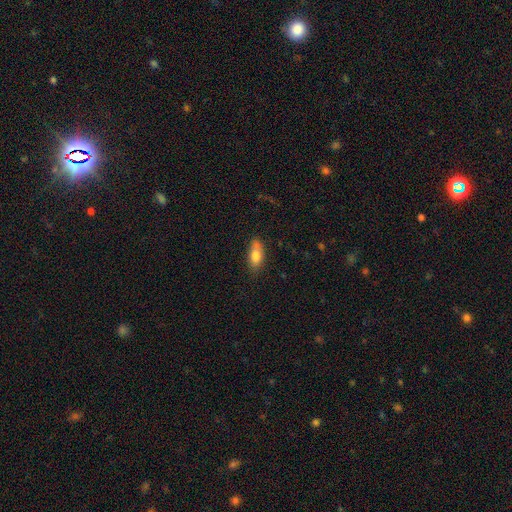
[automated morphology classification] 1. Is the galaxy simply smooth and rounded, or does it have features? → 79% smooth, 14% featured or disk, 7% star or artifact.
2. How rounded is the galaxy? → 79% in between, 18% cigar-shaped, 3% round.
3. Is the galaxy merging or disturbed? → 71% none, 22% minor disturbance, 4% major disturbance, 3% merger.